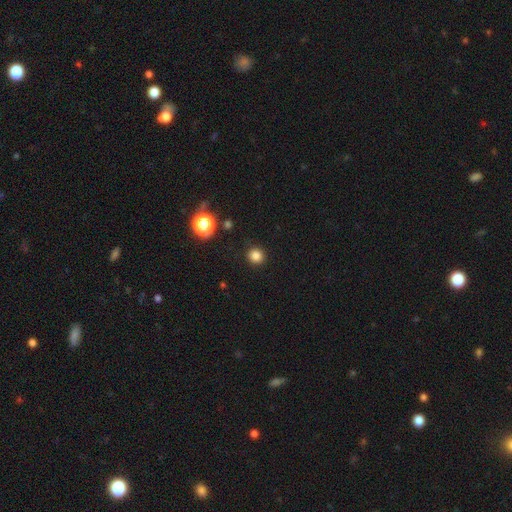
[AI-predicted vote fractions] This appears to be a smooth galaxy with no disk features (83%) that is round (91%). Merging: none (91%).